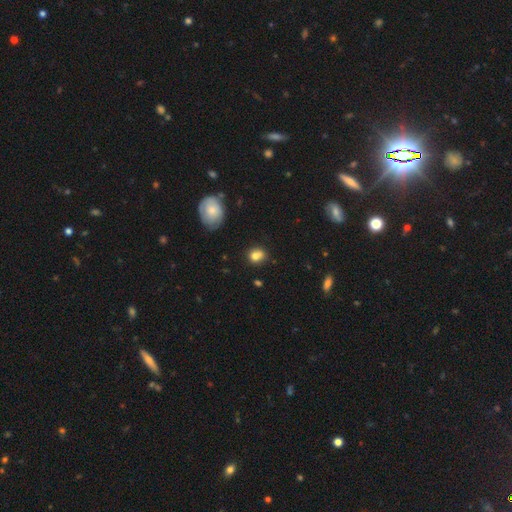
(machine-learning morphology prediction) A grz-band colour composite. It shows a smooth galaxy with no disk features (79%) that is round (65%). Merging: none (63%).